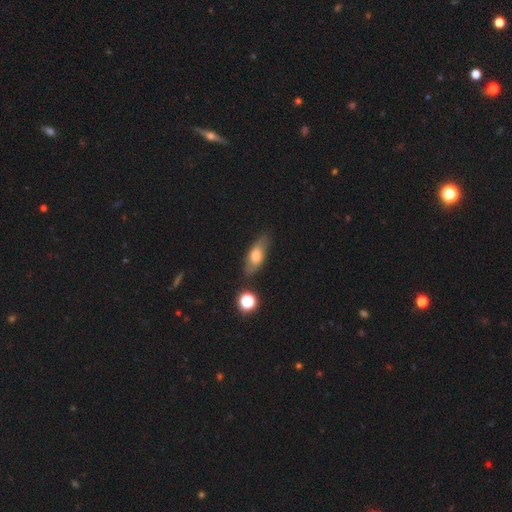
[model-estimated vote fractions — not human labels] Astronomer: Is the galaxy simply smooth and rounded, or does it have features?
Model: smooth — 63%.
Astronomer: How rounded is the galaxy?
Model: in between — 71%.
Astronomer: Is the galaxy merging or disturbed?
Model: none — 78%.